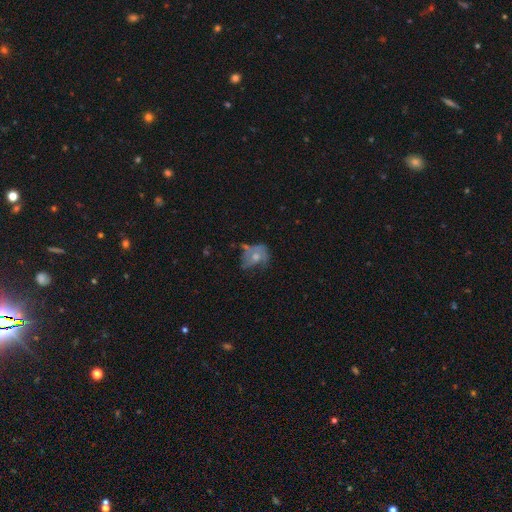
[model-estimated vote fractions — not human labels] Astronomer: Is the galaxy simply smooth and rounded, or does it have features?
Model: featured or disk — 49% (runner-up: smooth, 41%).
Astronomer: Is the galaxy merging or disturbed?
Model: major disturbance — 33% (runner-up: none, 32%).